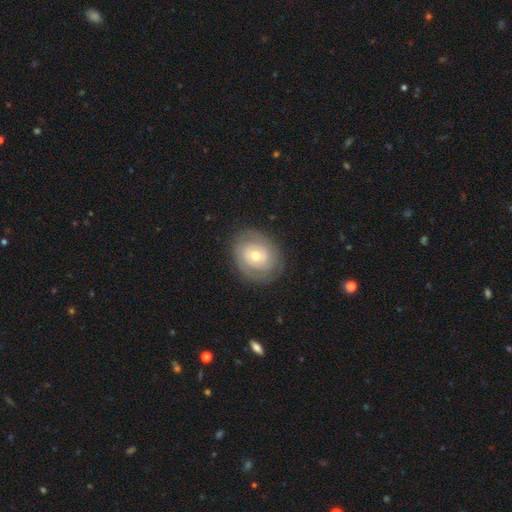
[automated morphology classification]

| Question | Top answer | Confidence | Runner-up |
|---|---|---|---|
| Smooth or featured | featured or disk | 64% | smooth (29%) |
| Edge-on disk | no | 96% | yes (4%) |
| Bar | no | 77% | weak (19%) |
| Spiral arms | yes | 73% | no (27%) |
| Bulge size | moderate | 61% | small (34%) |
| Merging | none | 81% | minor disturbance (13%) |